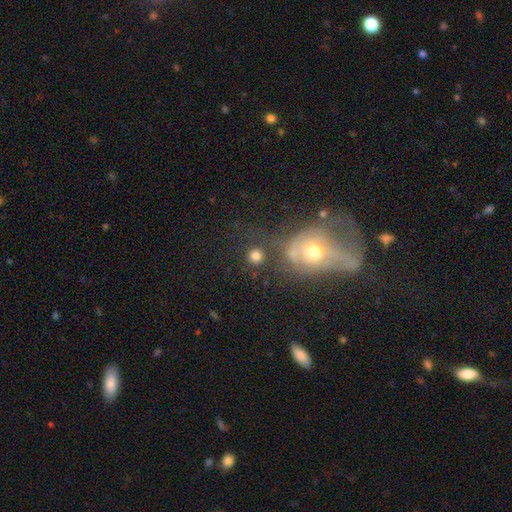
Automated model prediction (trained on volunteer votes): Q: Smooth or featured?
A: smooth (79%); runner-up: star or artifact (13%)
Q: How rounded?
A: round (91%); runner-up: in between (8%)
Q: Merging?
A: none (75%); runner-up: merger (11%)